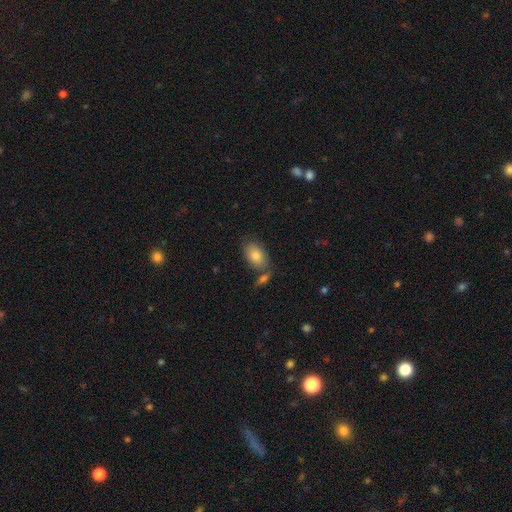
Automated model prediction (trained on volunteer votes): Overall: smooth (81%). How rounded: in between (90%). Merging: none (65%).